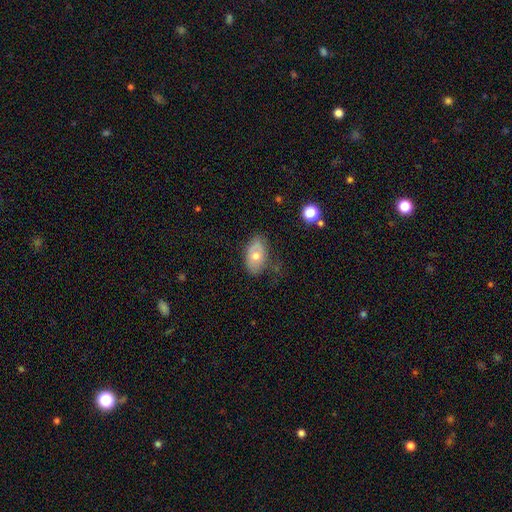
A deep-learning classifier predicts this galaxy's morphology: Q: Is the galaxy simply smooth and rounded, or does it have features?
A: smooth — 57%.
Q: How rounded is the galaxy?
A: in between — 90%.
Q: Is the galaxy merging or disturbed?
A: none — 68%.